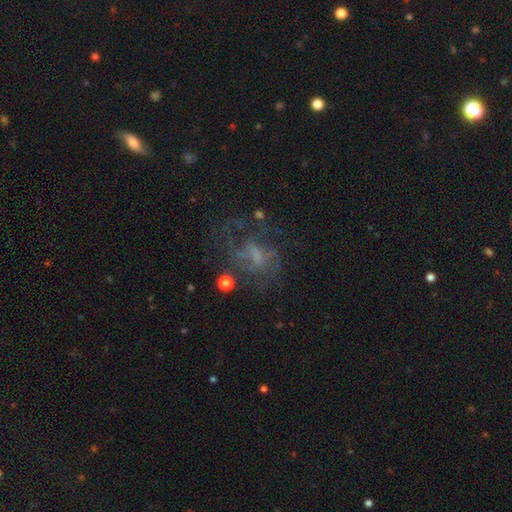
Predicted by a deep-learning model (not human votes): featured or disk 61%, smooth 21%, star or artifact 18%. Down the decision tree: edge-on disk — no (97%); bar — no (55%); spiral arms — yes (57%); bulge size — none (43%); merging — none (46%).